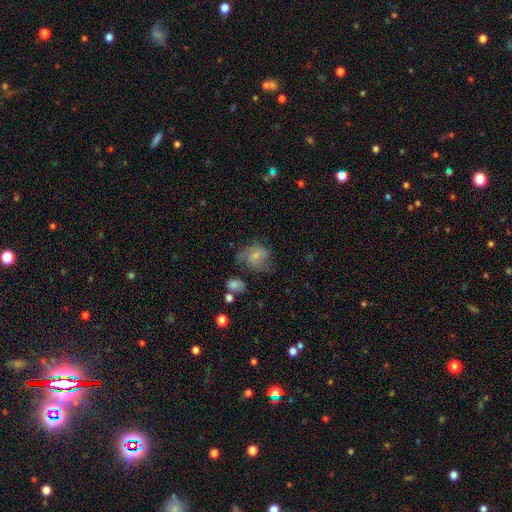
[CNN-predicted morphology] Smooth or featured?
  - smooth: 49% *
  - featured or disk: 42%
  - star or artifact: 9%
Merging?
  - none: 43% *
  - minor disturbance: 27%
  - major disturbance: 24%
  - merger: 5%